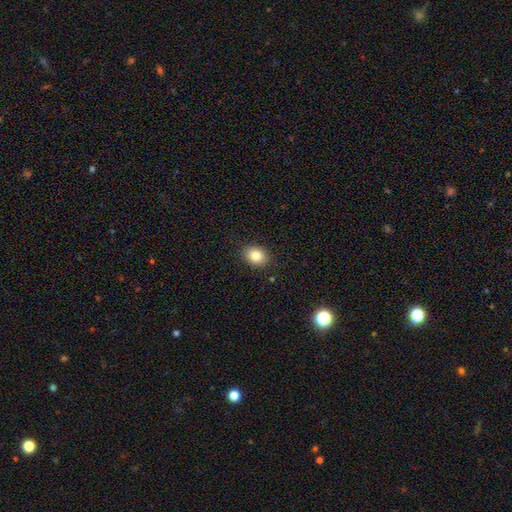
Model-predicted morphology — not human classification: Smooth or featured? smooth (83%)
How rounded? in between (53%)
Merging? none (88%)